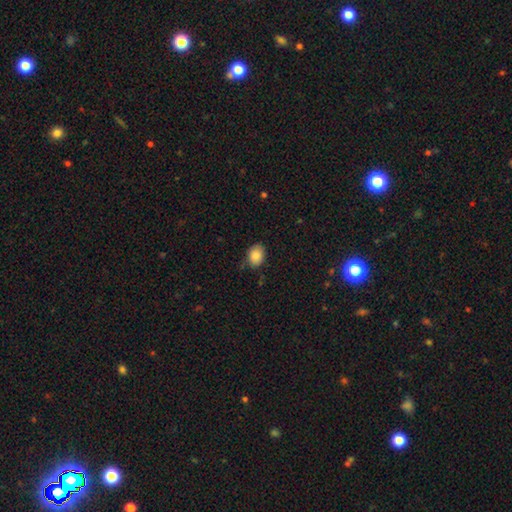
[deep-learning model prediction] A smooth galaxy with no disk features (87%) that is in between round and cigar-shaped (66%).

Vote fractions:
- Smooth or featured? smooth: 87% / star or artifact: 8% / featured or disk: 4%
- How rounded? in between: 66% / round: 33% / cigar-shaped: 1%
- Merging? none: 76% / minor disturbance: 19% / major disturbance: 4% / merger: 2%